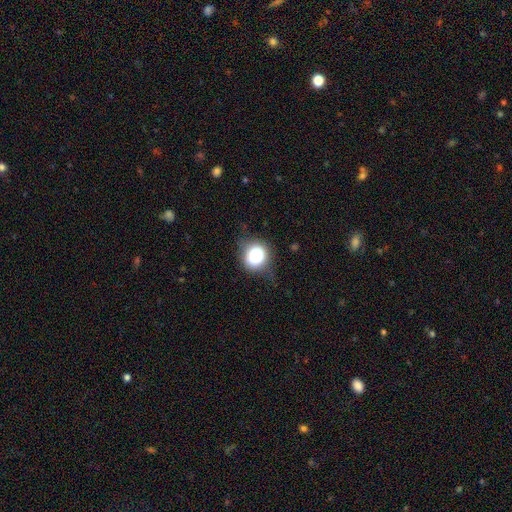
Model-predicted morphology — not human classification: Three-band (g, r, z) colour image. It shows a smooth galaxy with no disk features (77%) that is round (81%). Merging: none (69%).